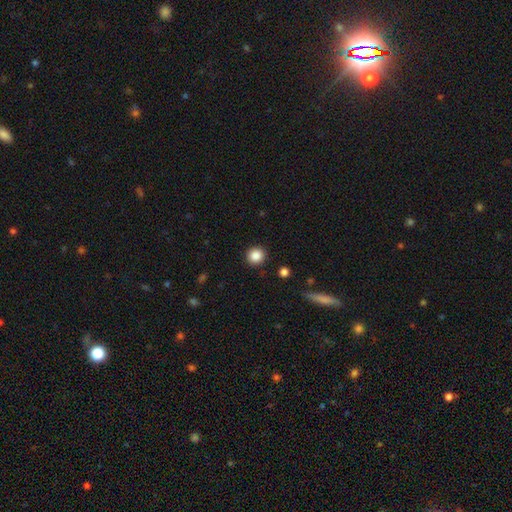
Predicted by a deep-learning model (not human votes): Smooth or featured?
  - smooth: 87% *
  - star or artifact: 10%
  - featured or disk: 4%
How rounded?
  - round: 92% *
  - in between: 7%
  - cigar-shaped: 1%
Merging?
  - none: 91% *
  - minor disturbance: 5%
  - major disturbance: 2%
  - merger: 1%